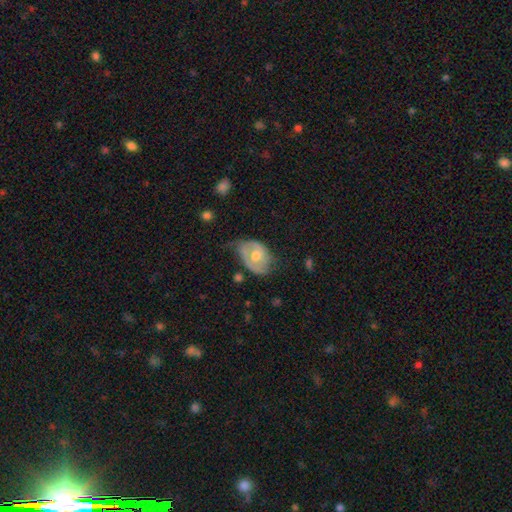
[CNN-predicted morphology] featured or disk 55%, smooth 38%, star or artifact 7%. Down the decision tree: edge-on disk — no (95%); bar — no (68%); spiral arms — yes (54%); bulge size — moderate (72%); merging — none (44%).